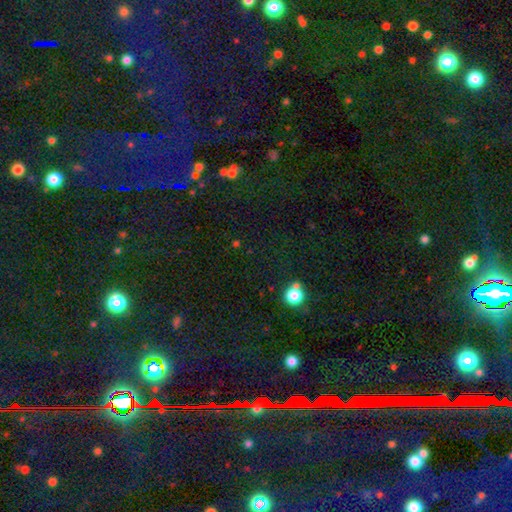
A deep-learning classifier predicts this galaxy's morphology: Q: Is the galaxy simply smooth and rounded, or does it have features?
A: star or artifact — 79%.